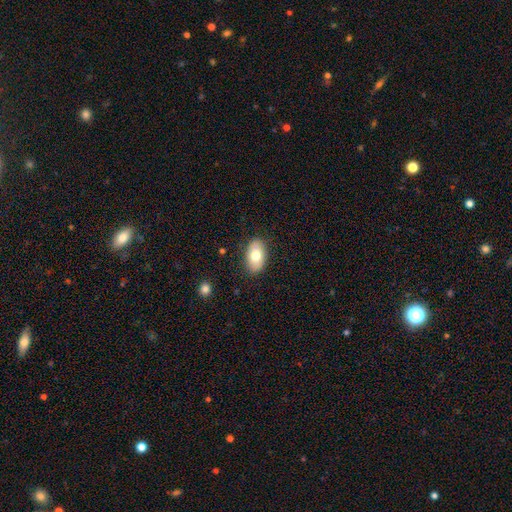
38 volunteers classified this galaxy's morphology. A smooth galaxy with no disk features (82%) that is in between round and cigar-shaped (94%).

Vote fractions:
- Smooth or featured? smooth: 82% / featured or disk: 16% / star or artifact: 3%
- How rounded? in between: 94% / round: 6% / cigar-shaped: 0%
- Merging? none: 81% / minor disturbance: 14% / major disturbance: 3% / merger: 3%